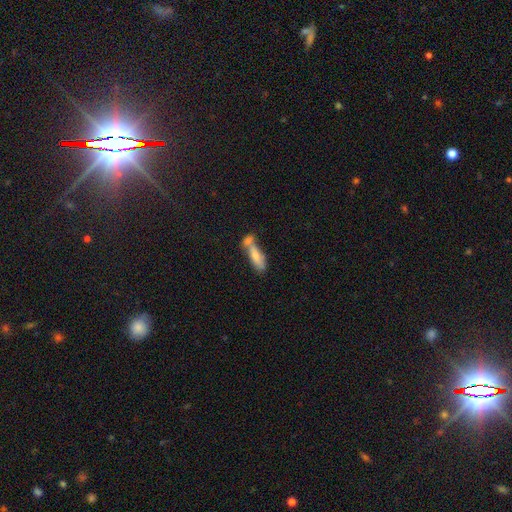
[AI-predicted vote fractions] This is likely a smooth galaxy (70%). How rounded: possibly in between (55%). Merging: possibly merger (57%).